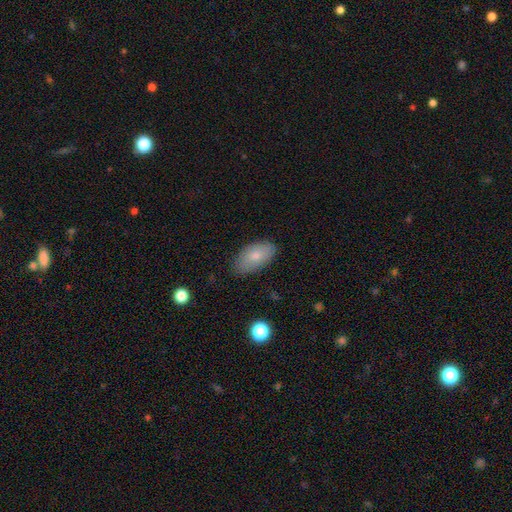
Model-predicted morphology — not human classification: type=smooth (76%); roundness=in between (93%); merging=none (79%).